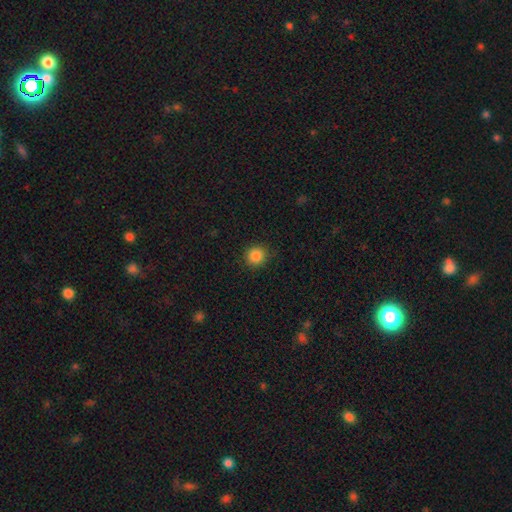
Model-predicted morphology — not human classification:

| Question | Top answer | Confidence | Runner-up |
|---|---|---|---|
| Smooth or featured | smooth | 85% | star or artifact (11%) |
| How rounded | round | 90% | in between (9%) |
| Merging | none | 89% | minor disturbance (7%) |